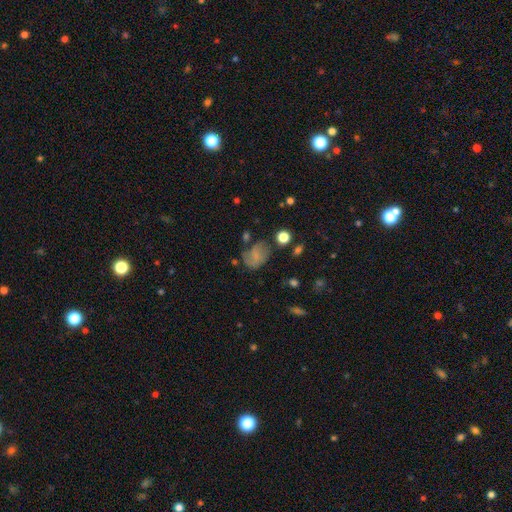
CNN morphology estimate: smooth_or_featured: smooth (p=0.60) [alt: featured or disk p=0.26]
how_rounded: in between (p=0.64) [alt: round p=0.35]
merging: none (p=0.46) [alt: minor disturbance p=0.29]